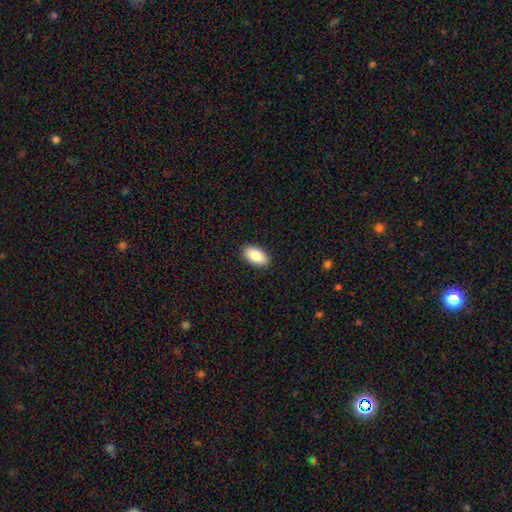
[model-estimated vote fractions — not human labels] Smooth or featured: smooth — 85% (featured or disk — 9%)
How rounded: in between — 94% (round — 3%)
Merging: none — 90% (minor disturbance — 7%)